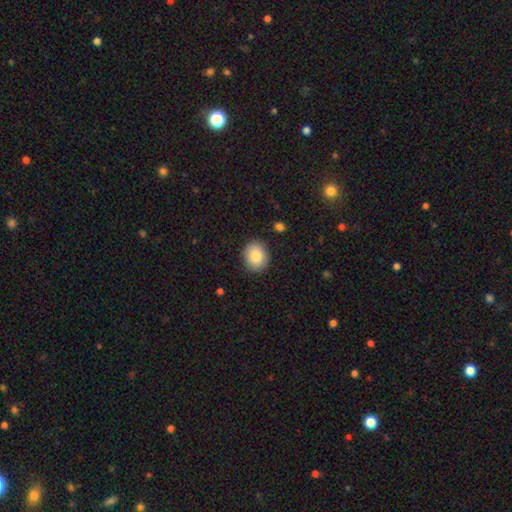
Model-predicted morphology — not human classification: Smooth or featured?
  - smooth: 84% *
  - featured or disk: 8%
  - star or artifact: 8%
How rounded?
  - round: 68% *
  - in between: 32%
  - cigar-shaped: 1%
Merging?
  - none: 89% *
  - minor disturbance: 8%
  - major disturbance: 2%
  - merger: 1%